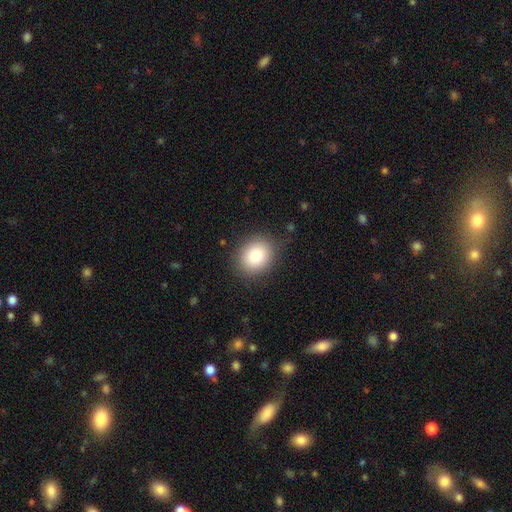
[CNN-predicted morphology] Smooth or featured: smooth — 84% (star or artifact — 9%)
How rounded: round — 61% (in between — 38%)
Merging: none — 85% (minor disturbance — 10%)